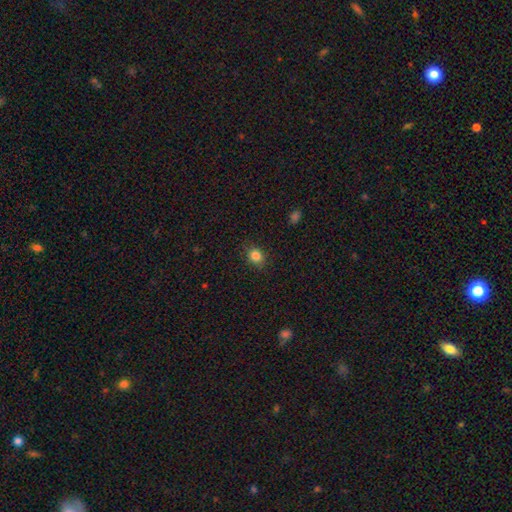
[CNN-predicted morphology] smooth 83%, star or artifact 12%, featured or disk 5%. Down the decision tree: how rounded — round (61%); merging — none (86%).